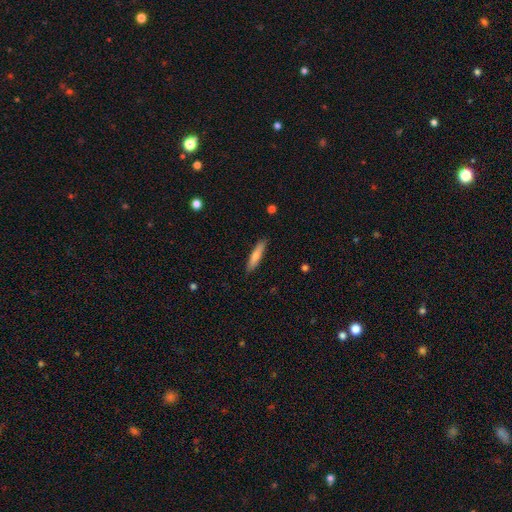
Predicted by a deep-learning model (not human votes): A smooth galaxy with no disk features (71%) that is cigar-shaped (85%). Merging: none (88%).